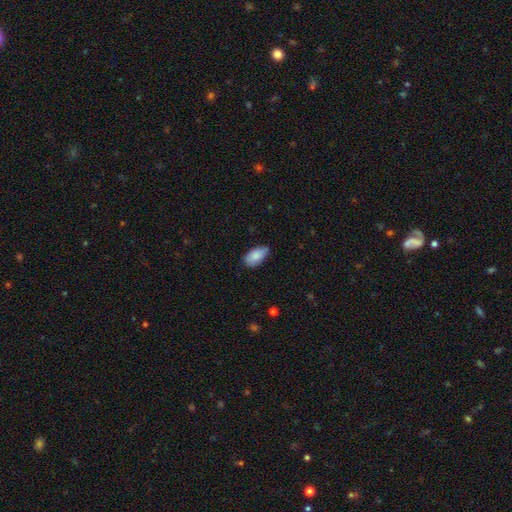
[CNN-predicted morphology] Smooth or featured: smooth — 85% (featured or disk — 8%)
How rounded: in between — 93% (cigar-shaped — 4%)
Merging: none — 69% (minor disturbance — 26%)